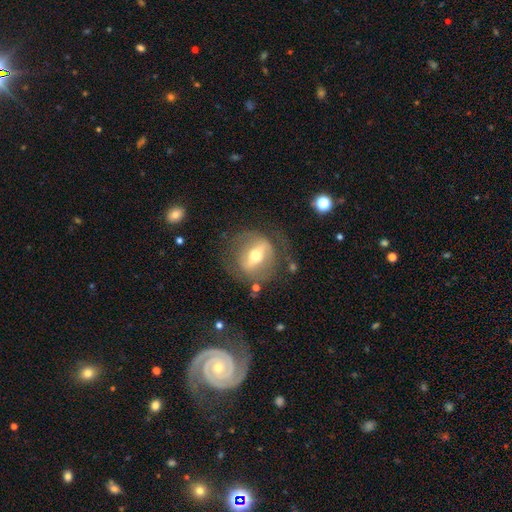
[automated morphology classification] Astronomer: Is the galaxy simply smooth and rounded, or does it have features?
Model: featured or disk — 70%.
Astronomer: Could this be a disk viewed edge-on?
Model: no — 82%.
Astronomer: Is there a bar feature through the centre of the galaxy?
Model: strong — 64%.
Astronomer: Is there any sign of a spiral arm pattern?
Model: no — 56% (runner-up: yes, 44%).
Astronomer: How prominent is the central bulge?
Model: moderate — 67%.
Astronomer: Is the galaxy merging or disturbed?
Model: none — 67%.